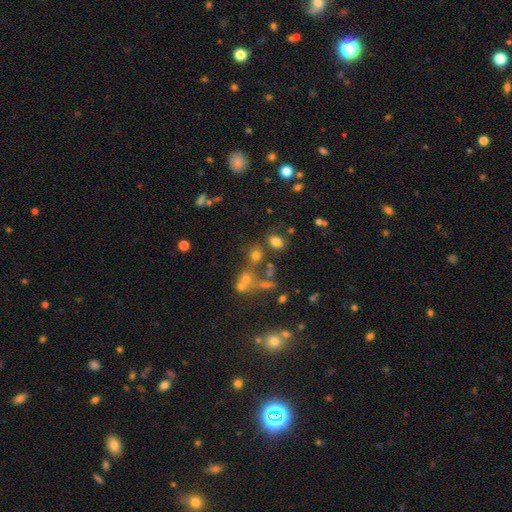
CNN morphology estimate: The model was most divided on "how rounded": round: 52%, in between: 45%, cigar-shaped: 2%. More confident: smooth or featured — smooth (67%); merging — none (54%).